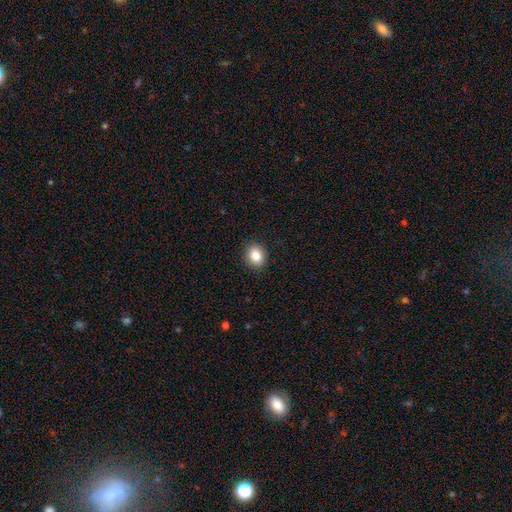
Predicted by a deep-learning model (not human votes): smooth-or-featured: smooth: 85% | star or artifact: 9% | featured or disk: 6%
  how-rounded: round: 56% | in between: 43% | cigar-shaped: 1%
  merging: none: 90% | minor disturbance: 7% | major disturbance: 2% | merger: 1%